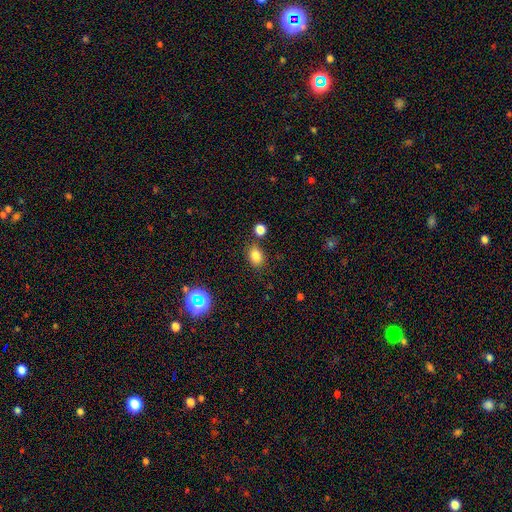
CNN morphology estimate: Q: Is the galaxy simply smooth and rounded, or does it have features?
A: smooth — 81%.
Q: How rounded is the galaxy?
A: in between — 66%.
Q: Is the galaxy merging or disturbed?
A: none — 76%.